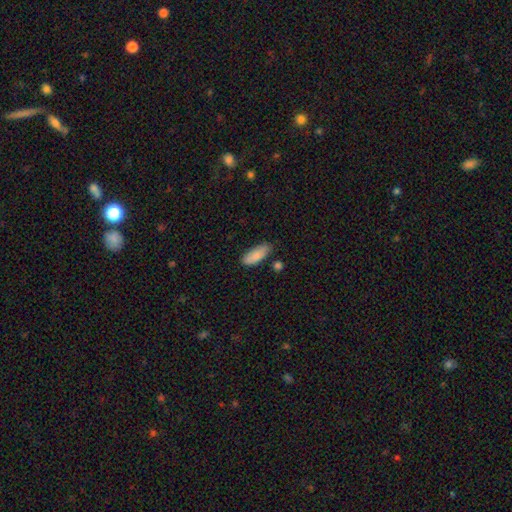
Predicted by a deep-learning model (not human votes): Smooth or featured? smooth (86%)
How rounded? in between (77%)
Merging? none (73%)